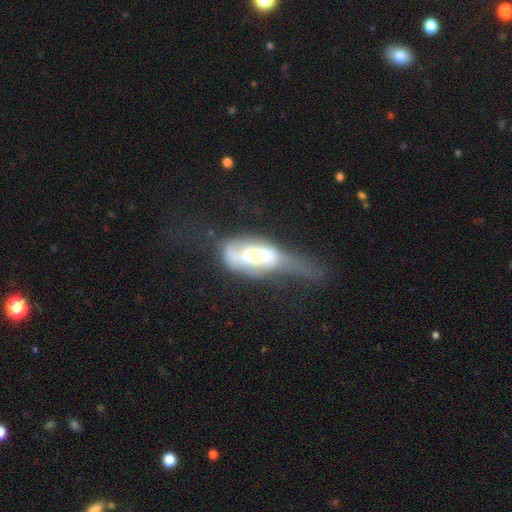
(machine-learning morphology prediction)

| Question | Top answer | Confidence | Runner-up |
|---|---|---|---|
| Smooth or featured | featured or disk | 49% | smooth (43%) |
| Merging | major disturbance | 55% | merger (20%) |